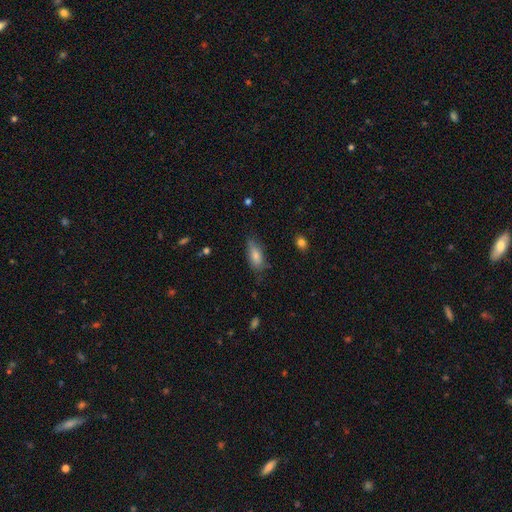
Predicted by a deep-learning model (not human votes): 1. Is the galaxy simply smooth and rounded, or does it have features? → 79% smooth, 14% featured or disk, 7% star or artifact.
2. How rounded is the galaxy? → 79% in between, 19% cigar-shaped, 3% round.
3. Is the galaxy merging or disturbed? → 64% none, 27% minor disturbance, 7% major disturbance, 2% merger.